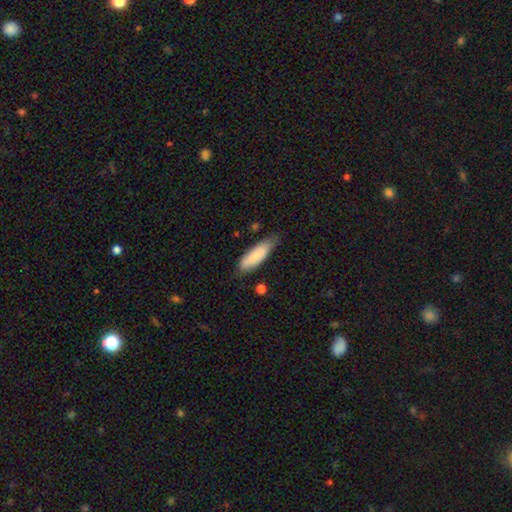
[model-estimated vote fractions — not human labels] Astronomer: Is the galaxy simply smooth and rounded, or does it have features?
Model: smooth — 84%.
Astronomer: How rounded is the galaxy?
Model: in between — 53% (runner-up: cigar-shaped, 45%).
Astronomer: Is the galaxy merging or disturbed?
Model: none — 61%.